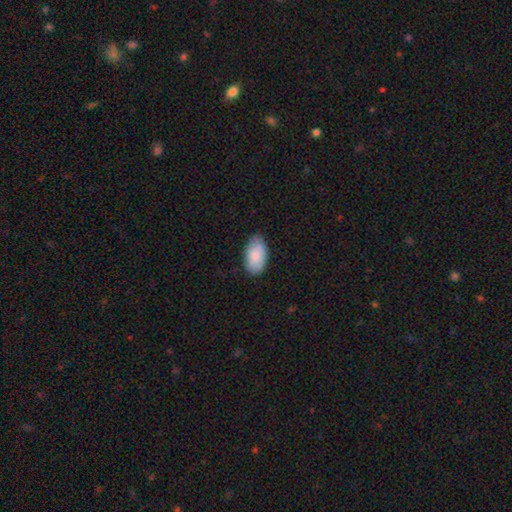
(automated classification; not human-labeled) This is clearly a smooth galaxy (85%). How rounded: clearly in between (95%). Merging: clearly none (81%).